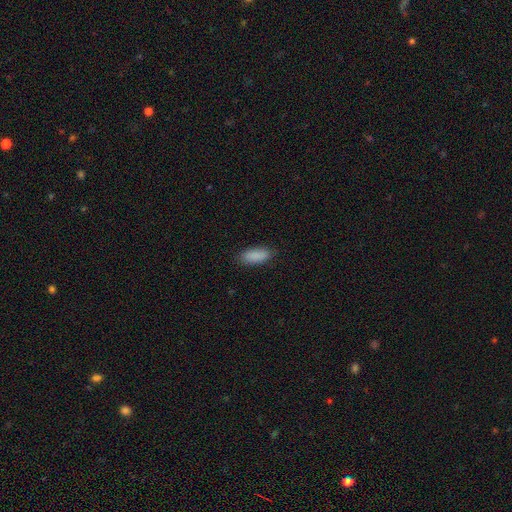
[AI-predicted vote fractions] smooth-or-featured: smooth: 89% | star or artifact: 7% | featured or disk: 4%
  how-rounded: in between: 78% | cigar-shaped: 20% | round: 2%
  merging: none: 84% | minor disturbance: 12% | major disturbance: 2% | merger: 1%